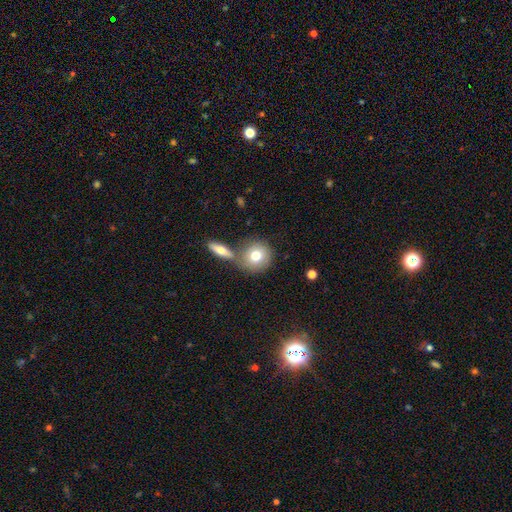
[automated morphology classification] Smooth or featured: smooth — 74% (featured or disk — 18%)
How rounded: round — 87% (in between — 12%)
Merging: none — 62% (merger — 24%)